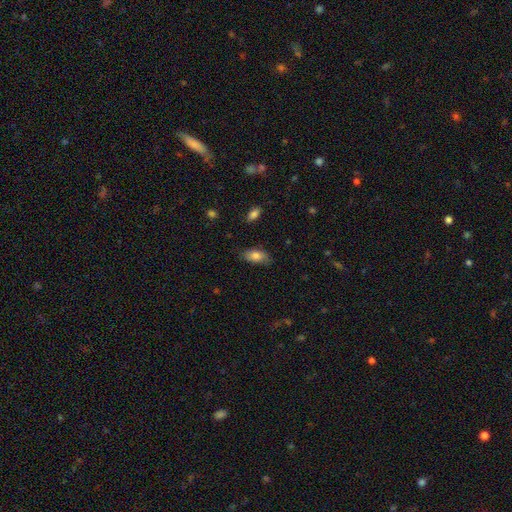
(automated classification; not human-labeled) Overall: smooth (80%). How rounded: in between (91%). Merging: none (76%).